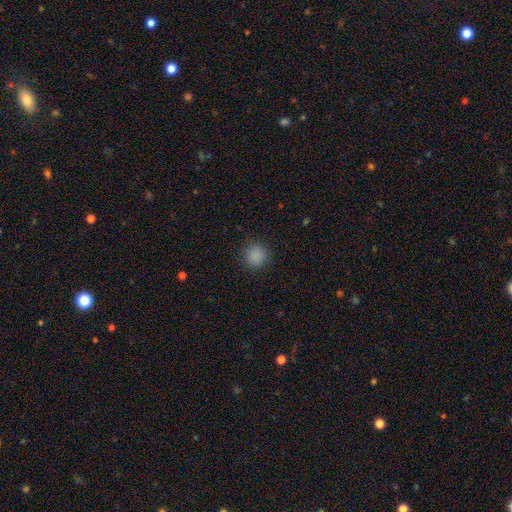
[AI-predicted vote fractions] smooth_or_featured: smooth (p=0.86) [alt: star or artifact p=0.11]
how_rounded: round (p=0.90) [alt: in between p=0.09]
merging: none (p=0.88) [alt: minor disturbance p=0.08]